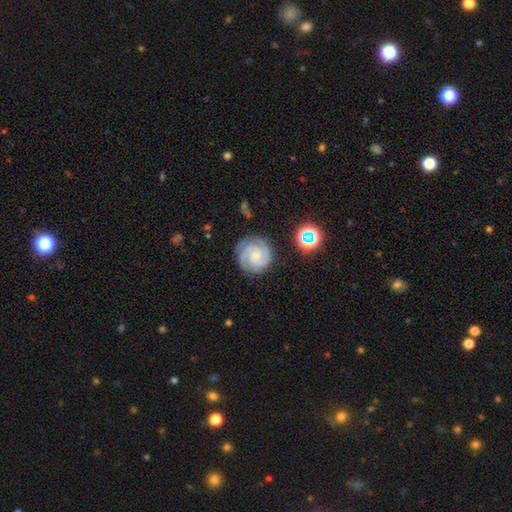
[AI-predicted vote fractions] Smooth or featured? featured or disk (85%)
Edge-on disk? no (98%)
Bar? no (70%)
Spiral arms? yes (98%)
Spiral winding? tight (71%)
Spiral arm count? 3 (40%)
Bulge size? small (64%)
Merging? none (79%)